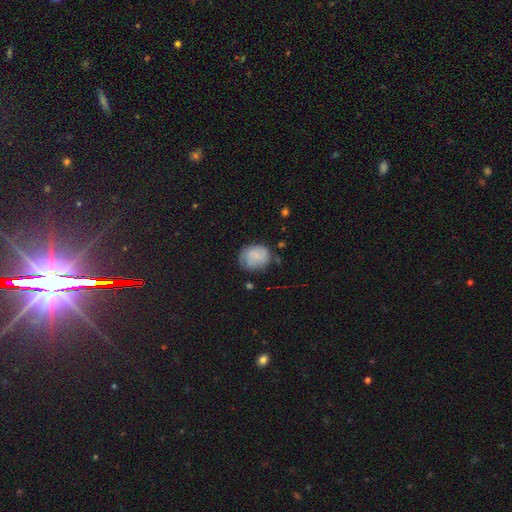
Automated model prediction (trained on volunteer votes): smooth 61%, featured or disk 31%, star or artifact 9%. Down the decision tree: how rounded — round (59%); merging — none (60%).